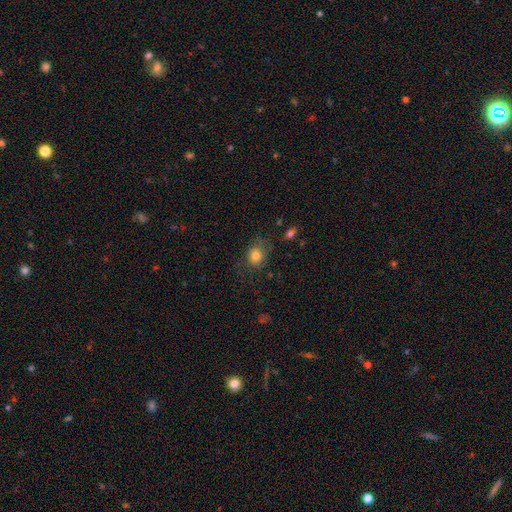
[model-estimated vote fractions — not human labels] smooth 79%, star or artifact 11%, featured or disk 10%. Down the decision tree: how rounded — round (62%); merging — none (65%).